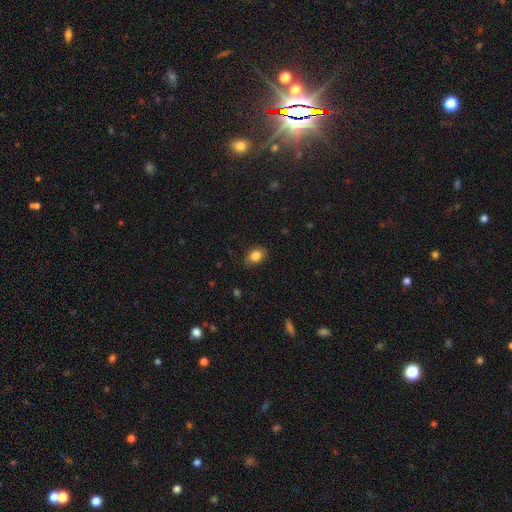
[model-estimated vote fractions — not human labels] The model was most divided on "how rounded": in between: 71%, round: 27%, cigar-shaped: 1%. More confident: smooth or featured — smooth (85%); merging — none (82%).